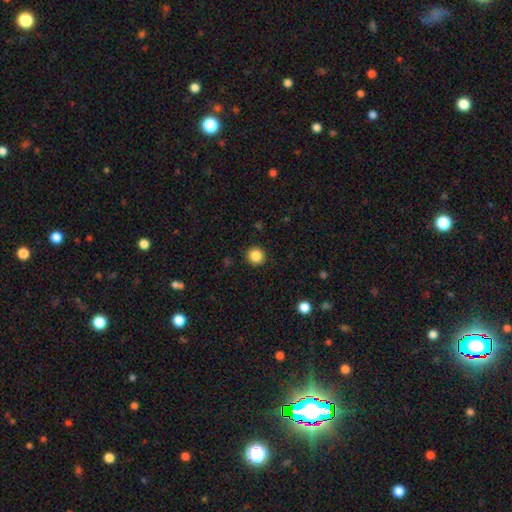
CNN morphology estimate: Overall: smooth (87%). How rounded: round (91%). Merging: none (91%).